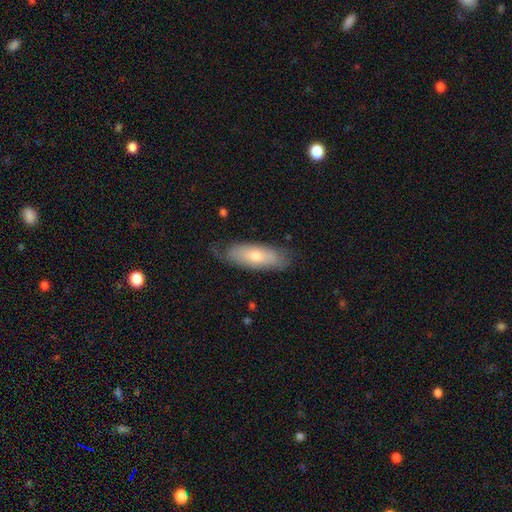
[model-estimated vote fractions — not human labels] Smooth or featured?
  - smooth: 61% *
  - featured or disk: 33%
  - star or artifact: 6%
How rounded?
  - in between: 66% *
  - cigar-shaped: 32%
  - round: 2%
Merging?
  - none: 68% *
  - minor disturbance: 24%
  - major disturbance: 6%
  - merger: 1%